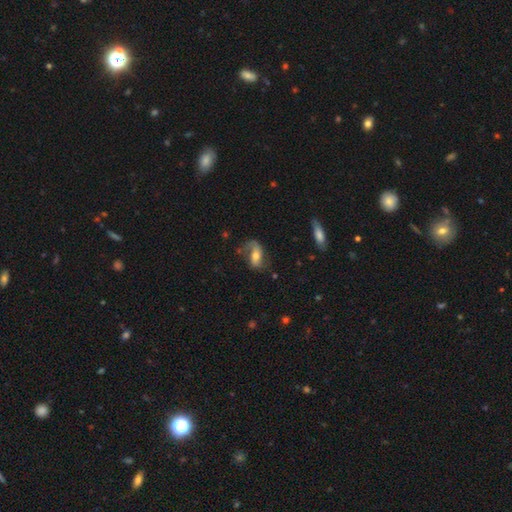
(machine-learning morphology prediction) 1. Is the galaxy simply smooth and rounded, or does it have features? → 63% featured or disk, 29% smooth, 8% star or artifact.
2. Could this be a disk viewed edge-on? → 92% no, 8% yes.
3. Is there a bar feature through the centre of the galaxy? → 39% no, 34% weak, 26% strong.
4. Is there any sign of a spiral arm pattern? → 87% yes, 13% no.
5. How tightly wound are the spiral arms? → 60% loose, 29% medium, 11% tight.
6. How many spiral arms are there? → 70% 2, 22% 1, 6% can't tell, 1% 3, 1% 4, 1% more than 4.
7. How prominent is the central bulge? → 61% moderate, 28% small, 8% large, 2% none, 1% dominant.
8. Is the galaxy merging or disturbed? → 55% none, 22% minor disturbance, 20% major disturbance, 3% merger.